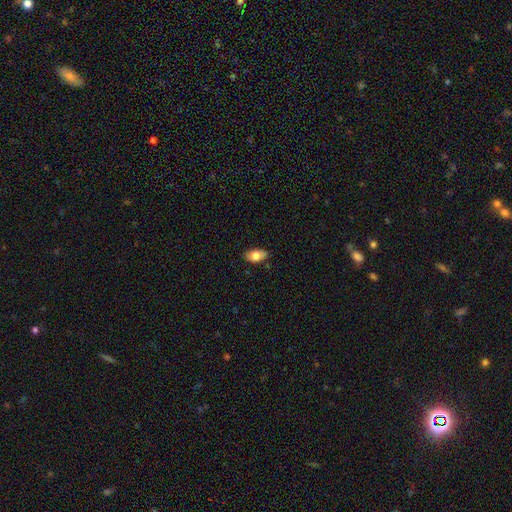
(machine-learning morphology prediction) The model was most divided on "smooth or featured": smooth: 76%, featured or disk: 17%, star or artifact: 7%. More confident: how rounded — in between (92%); merging — none (82%).